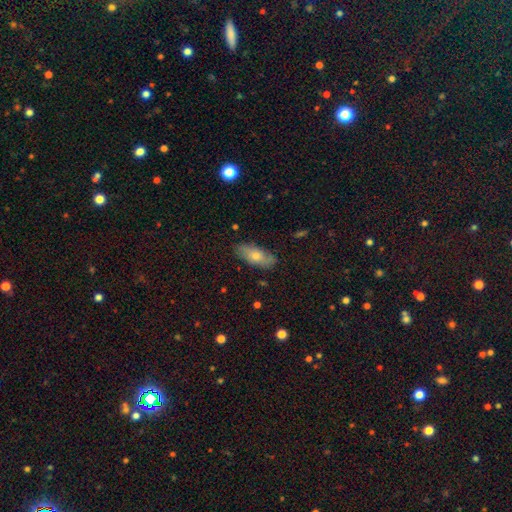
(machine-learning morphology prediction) This is likely a smooth galaxy (61%). How rounded: likely in between (75%). Merging: clearly none (82%).